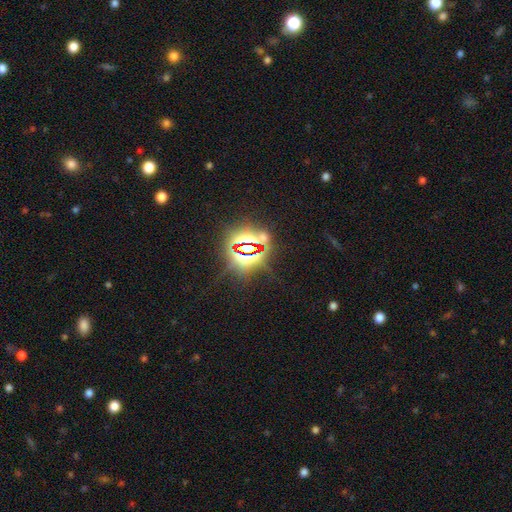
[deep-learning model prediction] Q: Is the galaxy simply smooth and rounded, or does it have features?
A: star or artifact — 83%.